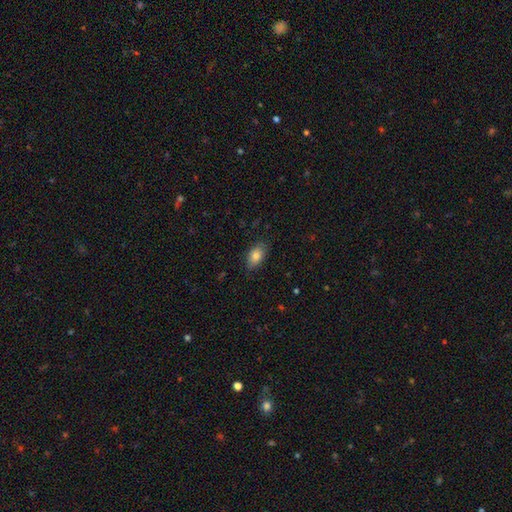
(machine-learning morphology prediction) Smooth or featured? Predicted: smooth (p=0.81). How rounded? Predicted: in between (p=0.90). Merging? Predicted: none (p=0.82).